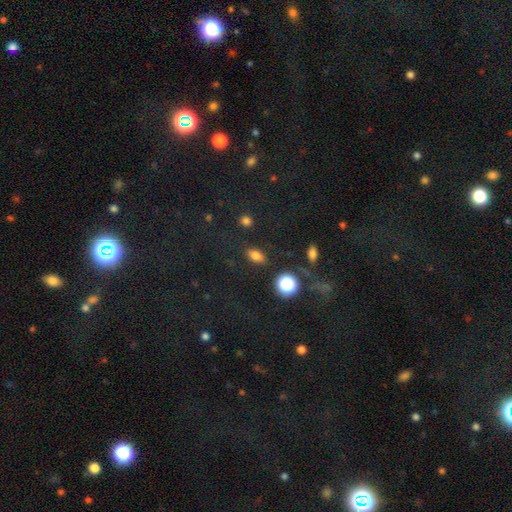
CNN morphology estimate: The model was most divided on "smooth or featured": smooth: 77%, star or artifact: 15%, featured or disk: 8%. More confident: merging — none (85%); how rounded — in between (80%).